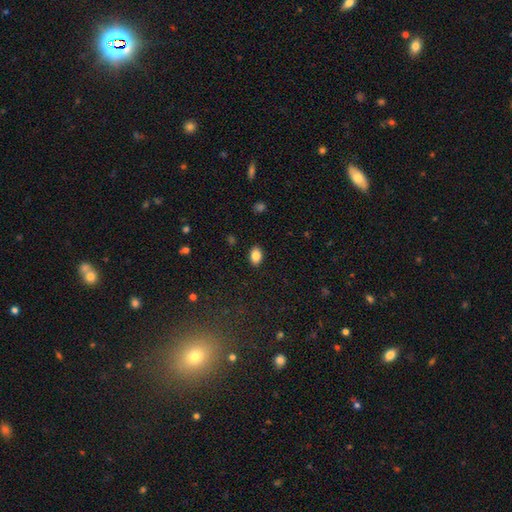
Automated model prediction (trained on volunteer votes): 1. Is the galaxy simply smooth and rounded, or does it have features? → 85% smooth, 9% star or artifact, 6% featured or disk.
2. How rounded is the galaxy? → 85% in between, 14% round, 1% cigar-shaped.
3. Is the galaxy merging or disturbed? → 89% none, 8% minor disturbance, 2% major disturbance, 1% merger.